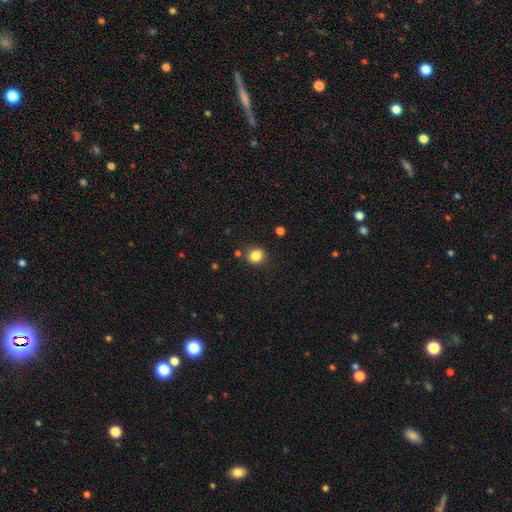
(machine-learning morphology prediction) Smooth or featured? smooth (84%)
How rounded? round (81%)
Merging? none (85%)